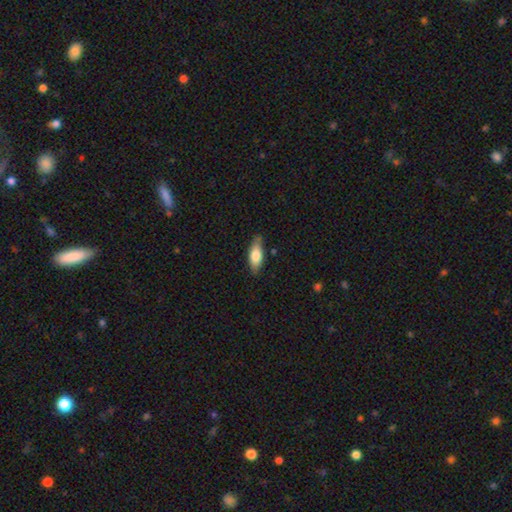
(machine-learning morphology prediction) A smooth galaxy with no disk features (73%) that is in between round and cigar-shaped (74%). Merging: none (77%).